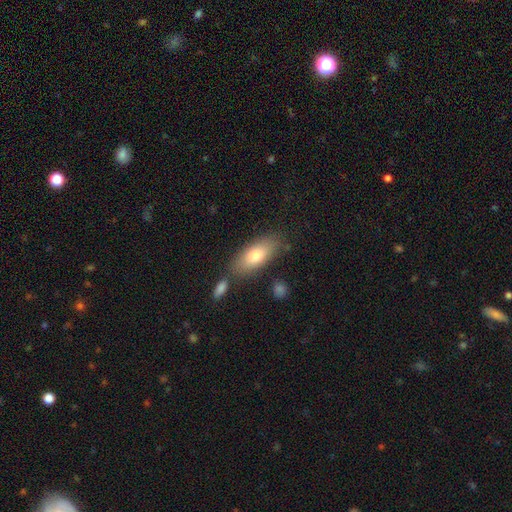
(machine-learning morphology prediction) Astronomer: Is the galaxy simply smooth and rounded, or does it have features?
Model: smooth — 76%.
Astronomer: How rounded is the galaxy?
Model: in between — 79%.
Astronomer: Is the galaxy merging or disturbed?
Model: none — 73%.